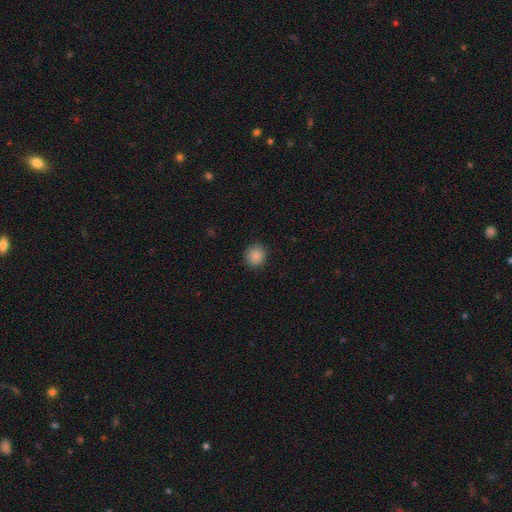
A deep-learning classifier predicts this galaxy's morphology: Smooth or featured: smooth — 88% (star or artifact — 9%)
How rounded: round — 84% (in between — 15%)
Merging: none — 89% (minor disturbance — 8%)